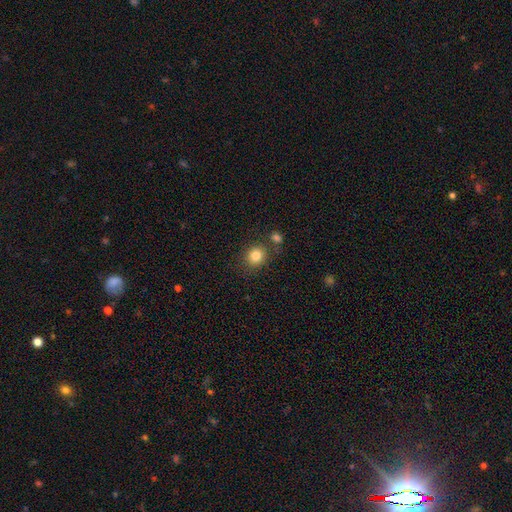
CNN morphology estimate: The model was most divided on "how rounded": round: 76%, in between: 23%, cigar-shaped: 1%. More confident: smooth or featured — smooth (83%); merging — none (75%).